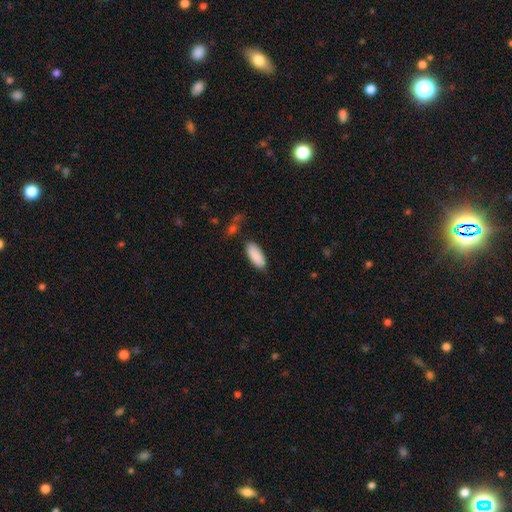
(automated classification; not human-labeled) The model was most divided on "how rounded": in between: 81%, cigar-shaped: 18%, round: 2%. More confident: smooth or featured — smooth (90%); merging — none (84%).